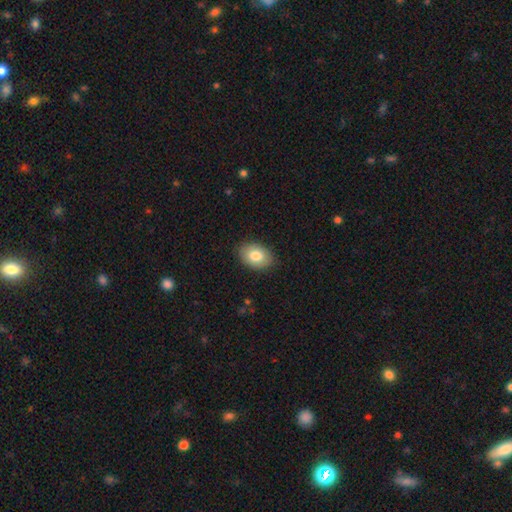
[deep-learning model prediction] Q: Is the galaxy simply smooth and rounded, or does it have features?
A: smooth — 81%.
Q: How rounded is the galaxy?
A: in between — 84%.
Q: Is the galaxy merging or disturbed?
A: none — 87%.